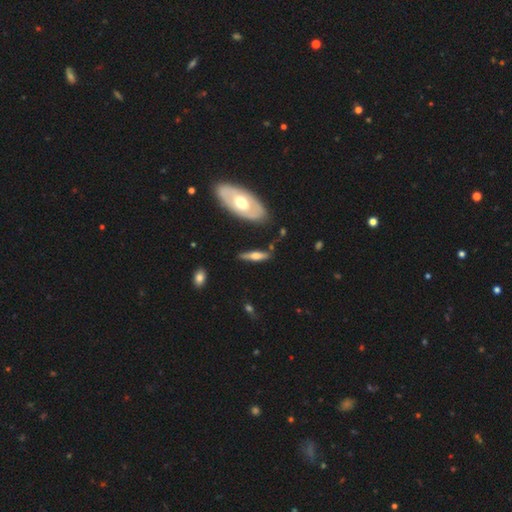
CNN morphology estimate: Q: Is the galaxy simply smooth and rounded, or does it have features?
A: featured or disk — 58%.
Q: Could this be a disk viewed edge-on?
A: yes — 90%.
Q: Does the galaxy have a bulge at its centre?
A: rounded — 89%.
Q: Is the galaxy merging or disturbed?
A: none — 79%.